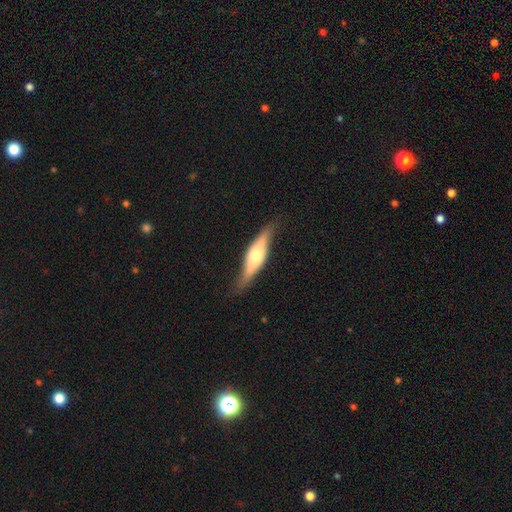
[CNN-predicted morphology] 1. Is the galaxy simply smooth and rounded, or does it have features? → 59% featured or disk, 36% smooth, 5% star or artifact.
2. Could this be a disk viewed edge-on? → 82% yes, 18% no.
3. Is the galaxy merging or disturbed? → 75% none, 19% minor disturbance, 5% major disturbance, 1% merger.